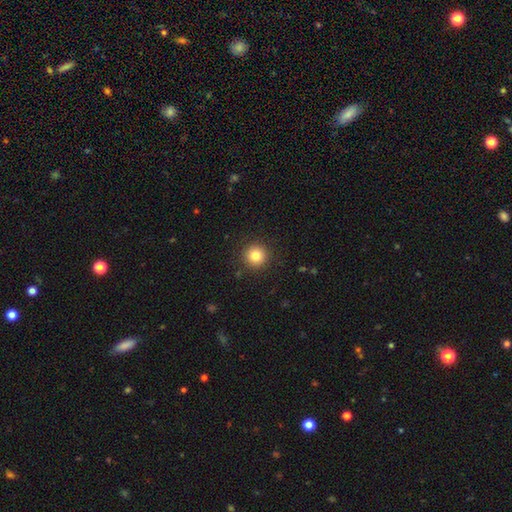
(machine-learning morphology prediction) Smooth or featured?
  - smooth: 81% *
  - star or artifact: 12%
  - featured or disk: 7%
How rounded?
  - round: 95% *
  - in between: 4%
  - cigar-shaped: 1%
Merging?
  - none: 91% *
  - minor disturbance: 6%
  - major disturbance: 2%
  - merger: 1%